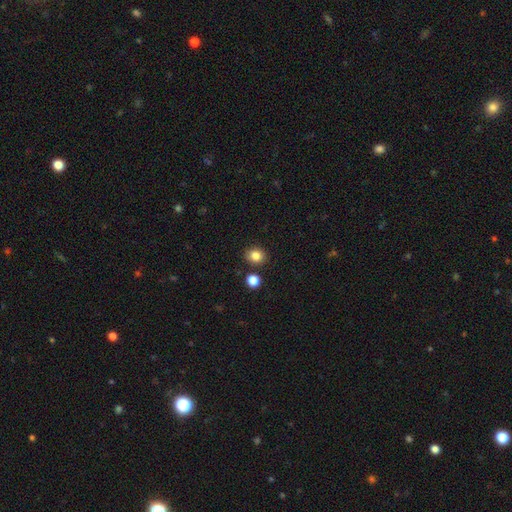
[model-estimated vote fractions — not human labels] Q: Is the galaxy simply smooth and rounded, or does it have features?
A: smooth — 84%.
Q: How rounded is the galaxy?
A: round — 72%.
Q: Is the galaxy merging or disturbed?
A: none — 83%.